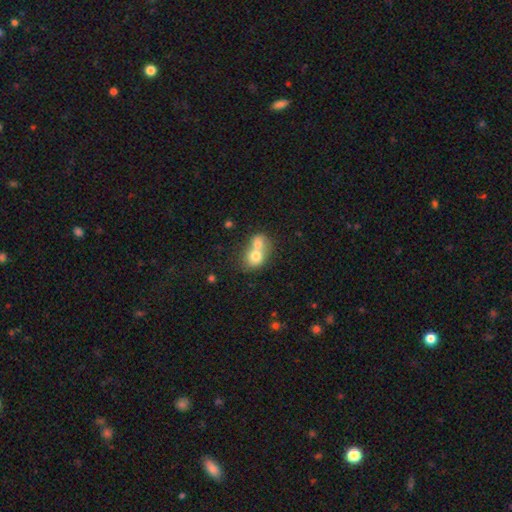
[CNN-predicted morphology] type=smooth (72%); roundness=round (60%); merging=merger (72%).